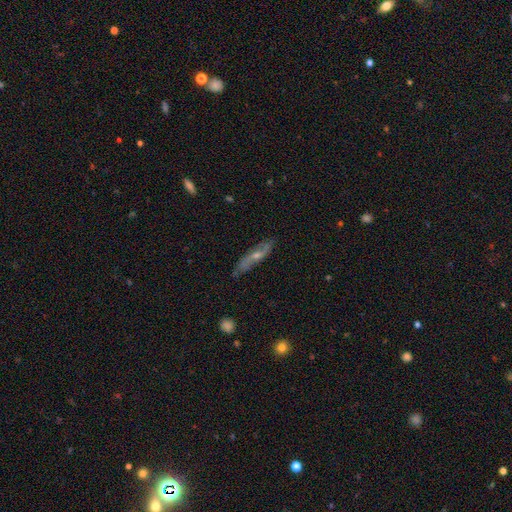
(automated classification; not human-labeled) Smooth or featured?
  - featured or disk: 64% *
  - smooth: 29%
  - star or artifact: 7%
Edge-on disk?
  - no: 54% *
  - yes: 46%
Merging?
  - none: 76% *
  - minor disturbance: 18%
  - major disturbance: 4%
  - merger: 2%